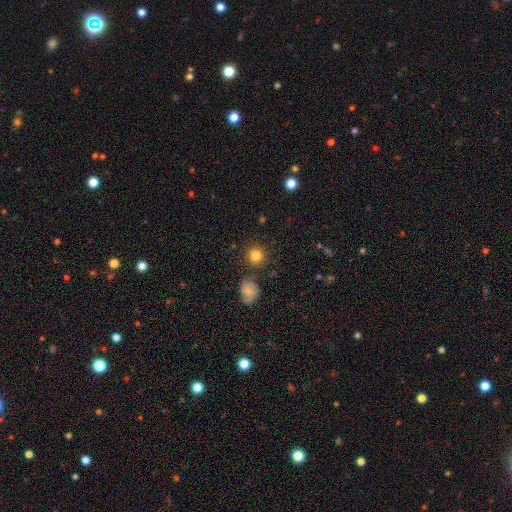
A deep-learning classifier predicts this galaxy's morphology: smooth 83%, star or artifact 11%, featured or disk 5%. Down the decision tree: how rounded — round (92%); merging — none (85%).